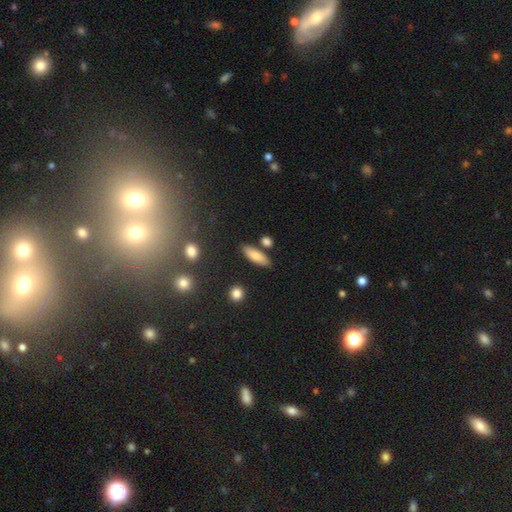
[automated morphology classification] Smooth or featured? smooth (76%)
How rounded? in between (59%)
Merging? none (81%)